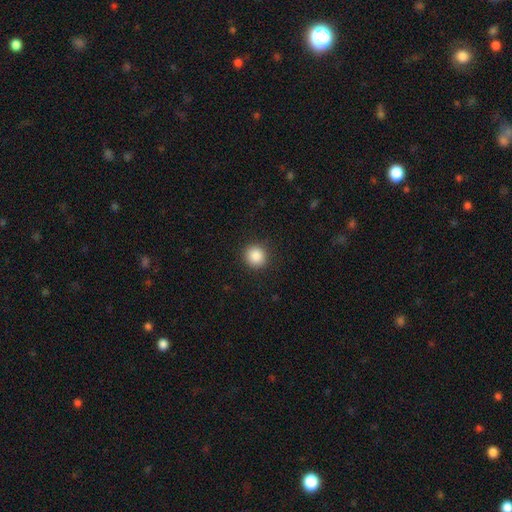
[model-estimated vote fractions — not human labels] A smooth galaxy with no disk features (87%) that is round (90%). Merging: none (90%).